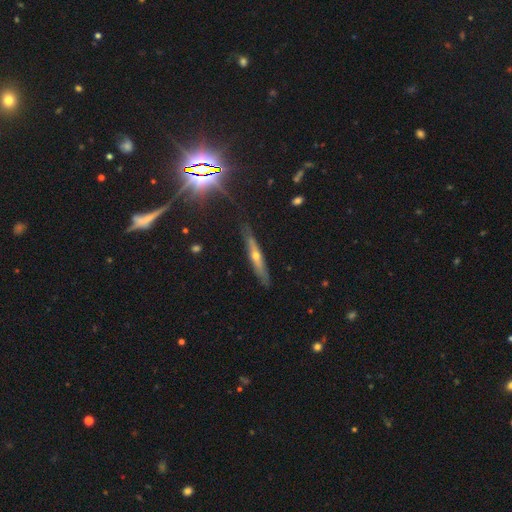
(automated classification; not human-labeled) Smooth or featured? featured or disk (62%)
Edge-on disk? yes (92%)
Edge-on bulge? rounded (81%)
Merging? none (83%)